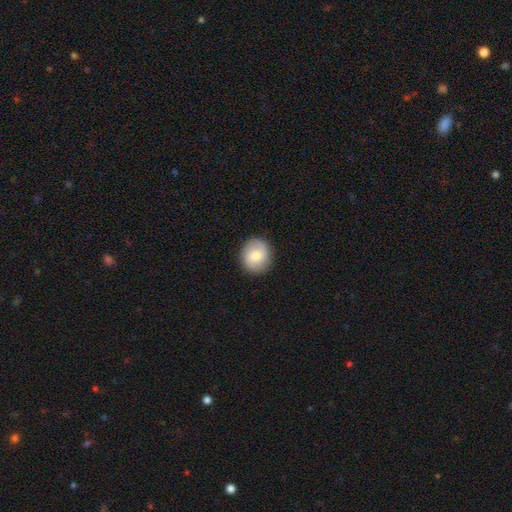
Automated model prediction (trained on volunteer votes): Q: Smooth or featured?
A: smooth (65%); runner-up: featured or disk (28%)
Q: How rounded?
A: round (84%); runner-up: in between (15%)
Q: Merging?
A: none (89%); runner-up: minor disturbance (8%)